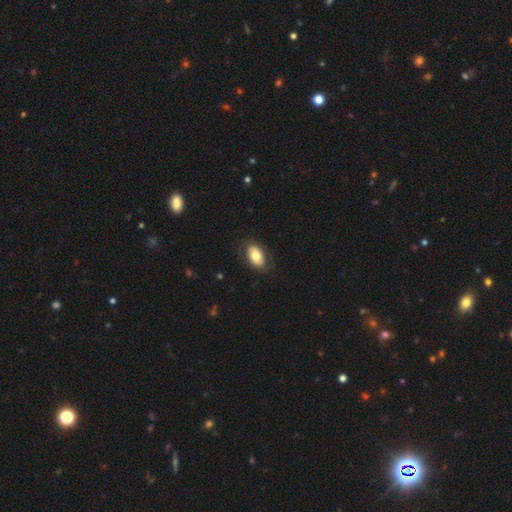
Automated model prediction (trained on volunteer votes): Smooth or featured?
  - smooth: 72% *
  - featured or disk: 21%
  - star or artifact: 6%
How rounded?
  - in between: 92% *
  - round: 7%
  - cigar-shaped: 2%
Merging?
  - none: 79% *
  - minor disturbance: 15%
  - major disturbance: 5%
  - merger: 1%